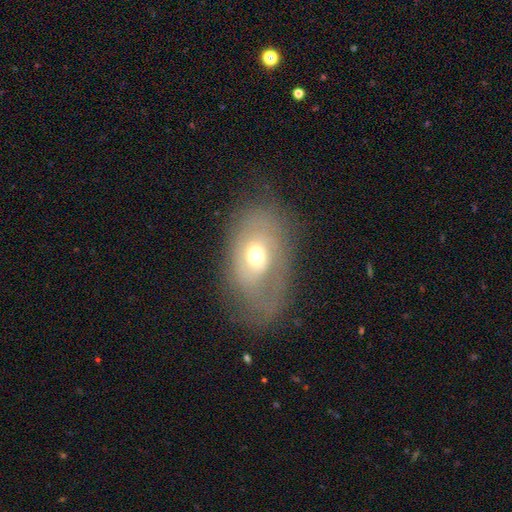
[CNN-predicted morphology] The model was most divided on "smooth or featured": featured or disk: 45%, smooth: 44%, star or artifact: 10%. More confident: merging — none (53%).